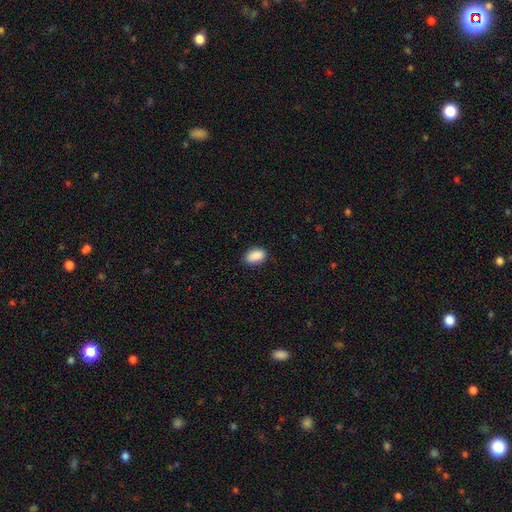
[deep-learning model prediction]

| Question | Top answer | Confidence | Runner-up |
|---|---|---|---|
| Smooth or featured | smooth | 90% | star or artifact (7%) |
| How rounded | in between | 91% | round (7%) |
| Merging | none | 84% | minor disturbance (13%) |